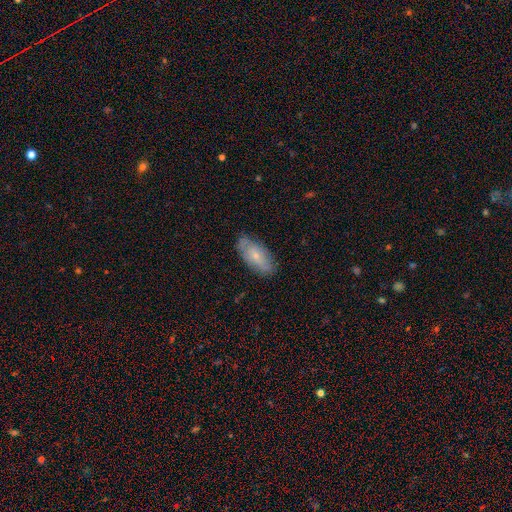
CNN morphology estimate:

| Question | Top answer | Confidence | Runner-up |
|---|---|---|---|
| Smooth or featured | smooth | 59% | featured or disk (34%) |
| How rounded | in between | 88% | cigar-shaped (10%) |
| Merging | none | 75% | minor disturbance (20%) |